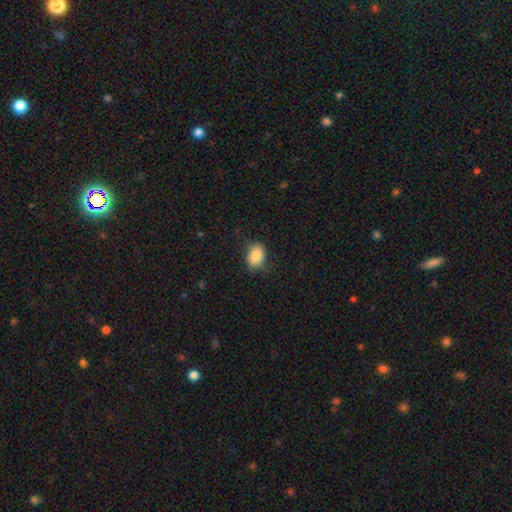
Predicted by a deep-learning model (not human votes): The model was most divided on "how rounded": in between: 77%, round: 22%, cigar-shaped: 1%. More confident: smooth or featured — smooth (86%); merging — none (75%).